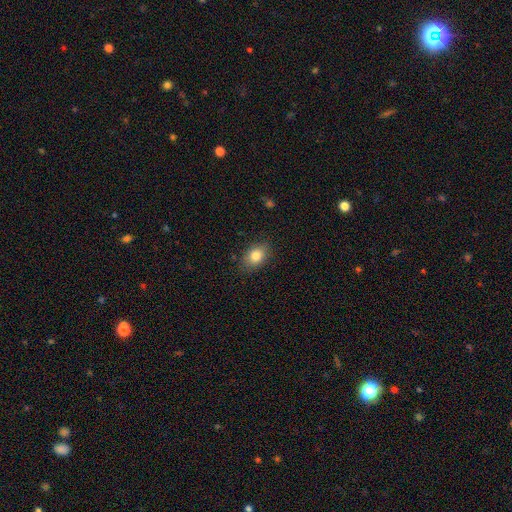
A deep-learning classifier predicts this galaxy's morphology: Smooth or featured: smooth — 82% (featured or disk — 9%)
How rounded: in between — 80% (round — 18%)
Merging: none — 85% (minor disturbance — 12%)